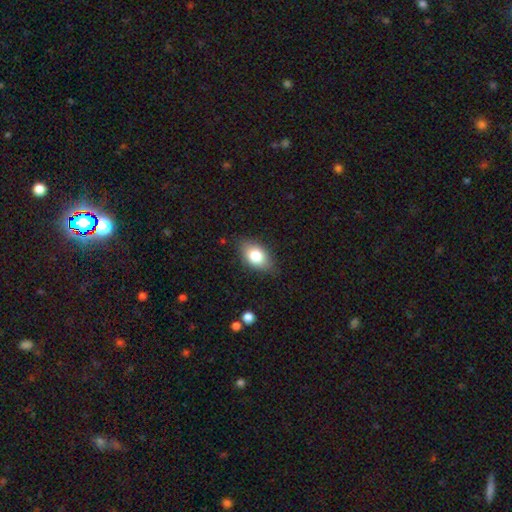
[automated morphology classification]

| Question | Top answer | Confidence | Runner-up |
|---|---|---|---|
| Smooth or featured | smooth | 78% | featured or disk (14%) |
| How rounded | in between | 87% | round (11%) |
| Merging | none | 79% | minor disturbance (16%) |